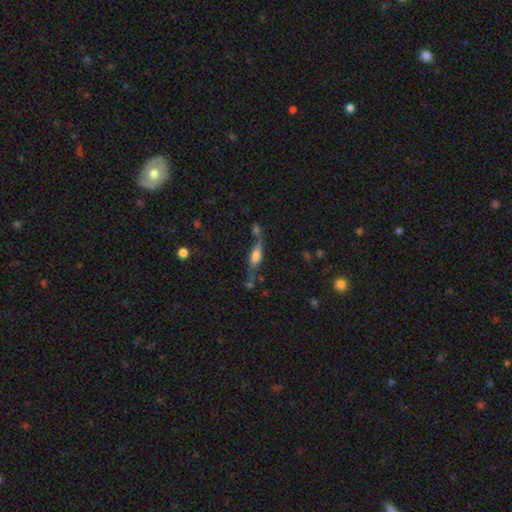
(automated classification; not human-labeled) Q: Smooth or featured?
A: smooth (45%); tied with: featured or disk (45%)
Q: Merging?
A: none (48%); runner-up: merger (22%)